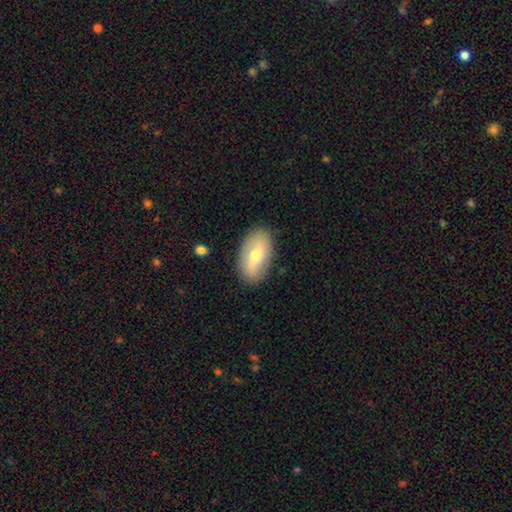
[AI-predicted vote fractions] A smooth galaxy with no disk features (56%) that is in between round and cigar-shaped (92%).

Vote fractions:
- Smooth or featured? smooth: 56% / featured or disk: 38% / star or artifact: 6%
- How rounded? in between: 92% / round: 5% / cigar-shaped: 3%
- Merging? none: 86% / minor disturbance: 10% / major disturbance: 3% / merger: 1%